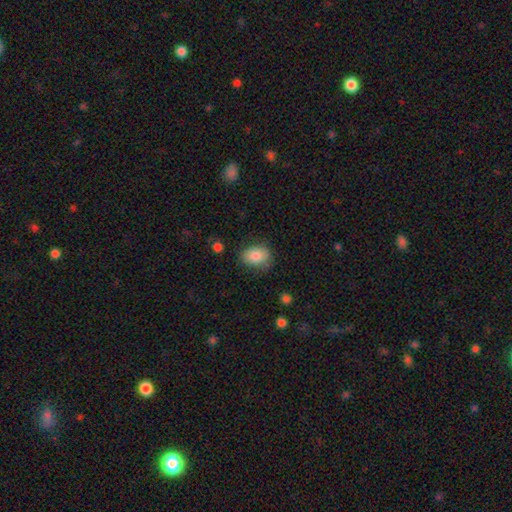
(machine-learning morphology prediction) smooth-or-featured: smooth: 83% | featured or disk: 9% | star or artifact: 8%
  how-rounded: in between: 66% | round: 33% | cigar-shaped: 1%
  merging: none: 73% | minor disturbance: 21% | major disturbance: 5% | merger: 2%